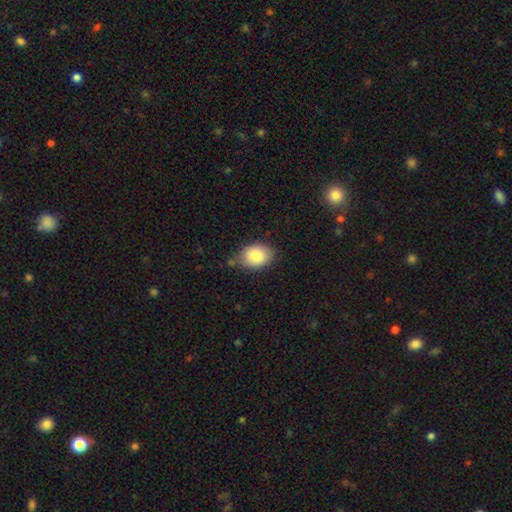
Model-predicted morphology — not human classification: A smooth galaxy with no disk features (85%) that is in between round and cigar-shaped (70%). Merging: none (74%).